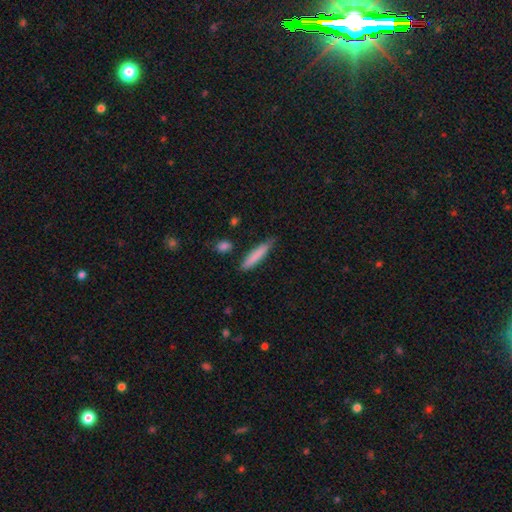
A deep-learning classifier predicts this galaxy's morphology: Q: Smooth or featured?
A: smooth (80%); runner-up: featured or disk (14%)
Q: How rounded?
A: cigar-shaped (89%); runner-up: in between (9%)
Q: Merging?
A: none (77%); runner-up: minor disturbance (18%)